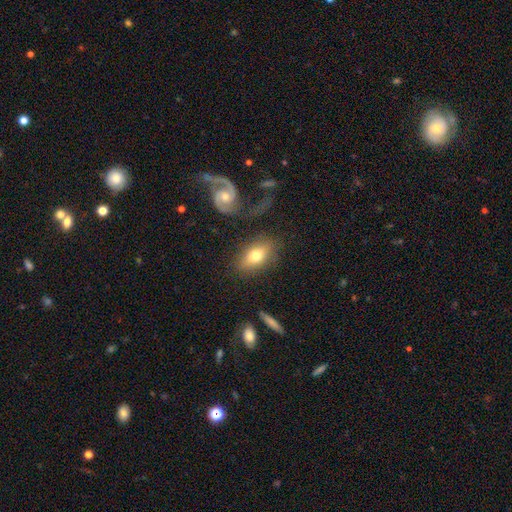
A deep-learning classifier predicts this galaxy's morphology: A smooth galaxy with no disk features (71%) that is in between round and cigar-shaped (85%).

Vote fractions:
- Smooth or featured? smooth: 71% / featured or disk: 22% / star or artifact: 7%
- How rounded? in between: 85% / round: 10% / cigar-shaped: 4%
- Merging? none: 73% / minor disturbance: 14% / major disturbance: 7% / merger: 6%